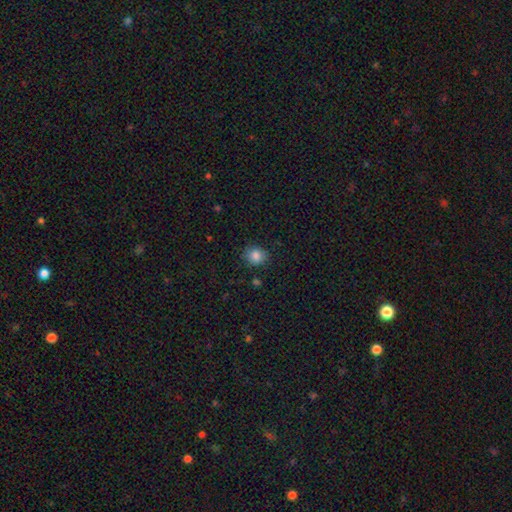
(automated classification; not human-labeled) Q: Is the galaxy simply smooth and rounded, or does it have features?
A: smooth — 84%.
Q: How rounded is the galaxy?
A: round — 75%.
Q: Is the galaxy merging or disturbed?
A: none — 84%.